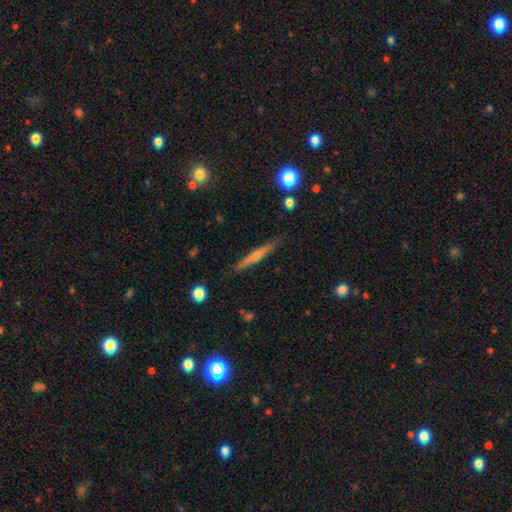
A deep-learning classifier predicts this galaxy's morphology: This is possibly a featured or disk galaxy (57%). It is clearly viewed edge-on (97%). Edge-on bulge: possibly rounded (58%). Merging: clearly none (88%).